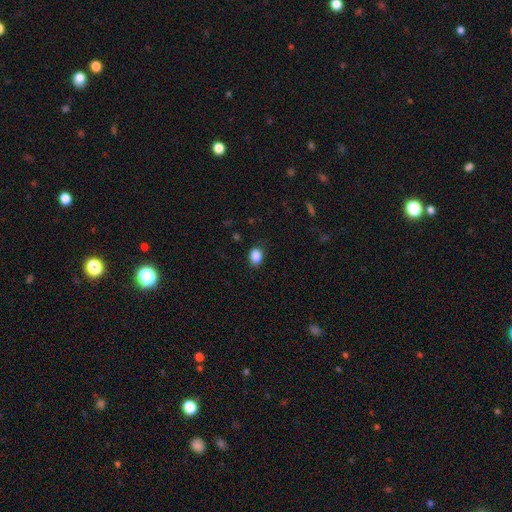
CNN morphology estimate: smooth 88%, star or artifact 9%, featured or disk 3%. Down the decision tree: how rounded — in between (65%); merging — none (83%).